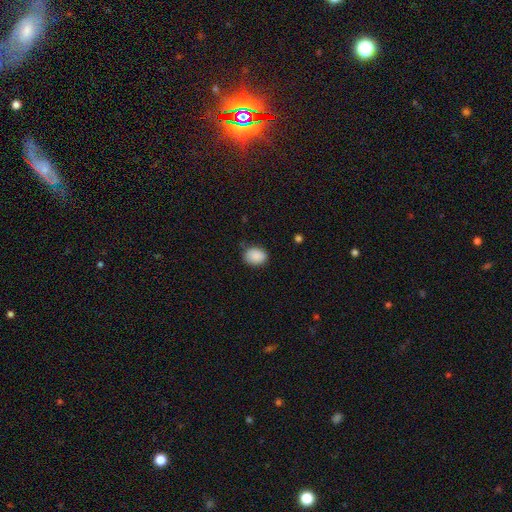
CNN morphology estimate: Smooth or featured? Predicted: smooth (p=0.89). How rounded? Predicted: in between (p=0.63). Merging? Predicted: none (p=0.78).